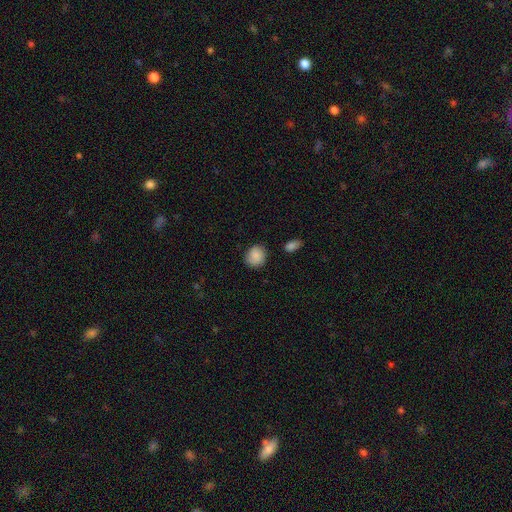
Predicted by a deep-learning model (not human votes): Q: Smooth or featured?
A: smooth (87%); runner-up: star or artifact (8%)
Q: How rounded?
A: round (80%); runner-up: in between (19%)
Q: Merging?
A: none (82%); runner-up: minor disturbance (13%)